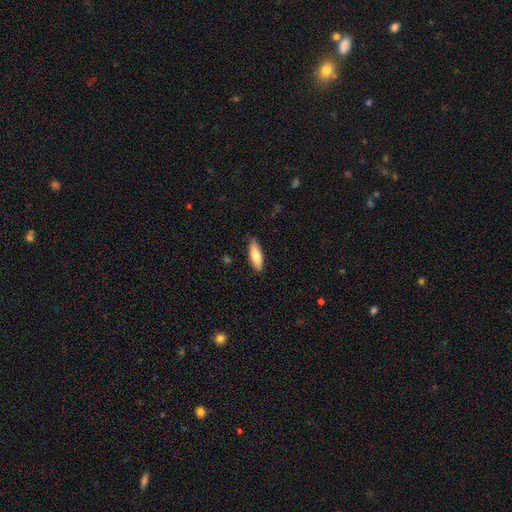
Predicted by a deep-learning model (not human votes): Smooth or featured: smooth — 78% (featured or disk — 16%)
How rounded: in between — 63% (cigar-shaped — 35%)
Merging: none — 84% (minor disturbance — 13%)